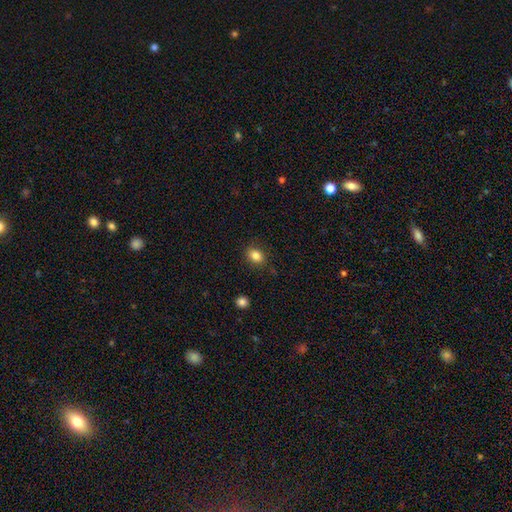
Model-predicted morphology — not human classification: type=smooth (84%); roundness=in between (66%); merging=none (84%).